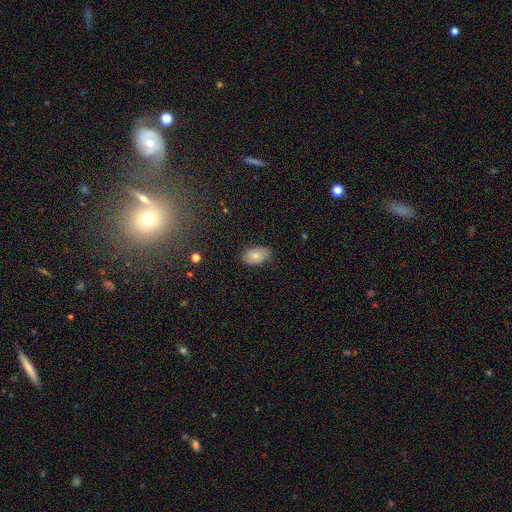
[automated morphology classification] type=smooth (77%); roundness=in between (92%); merging=none (80%).